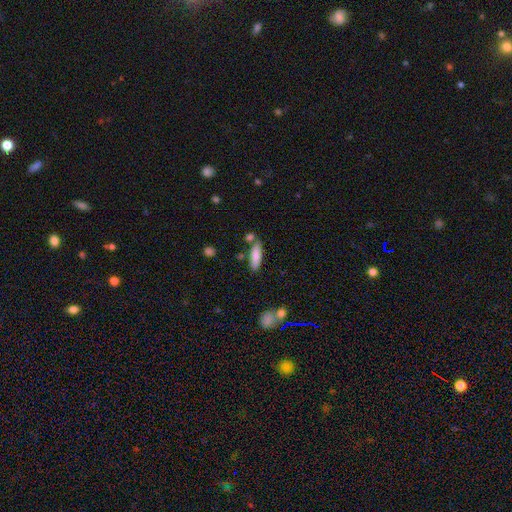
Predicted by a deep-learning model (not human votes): Smooth or featured: smooth — 82% (featured or disk — 12%)
How rounded: cigar-shaped — 58% (in between — 41%)
Merging: none — 73% (minor disturbance — 14%)